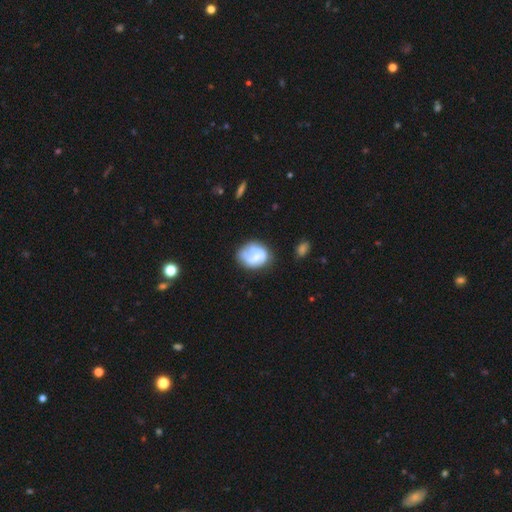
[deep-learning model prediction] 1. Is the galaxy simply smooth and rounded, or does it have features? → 56% featured or disk, 37% smooth, 7% star or artifact.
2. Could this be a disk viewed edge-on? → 98% no, 2% yes.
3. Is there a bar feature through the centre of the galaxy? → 55% no, 34% weak, 11% strong.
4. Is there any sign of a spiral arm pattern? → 69% yes, 31% no.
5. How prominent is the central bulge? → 39% none, 35% small, 20% moderate, 4% large, 2% dominant.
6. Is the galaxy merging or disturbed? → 53% none, 26% minor disturbance, 16% major disturbance, 5% merger.